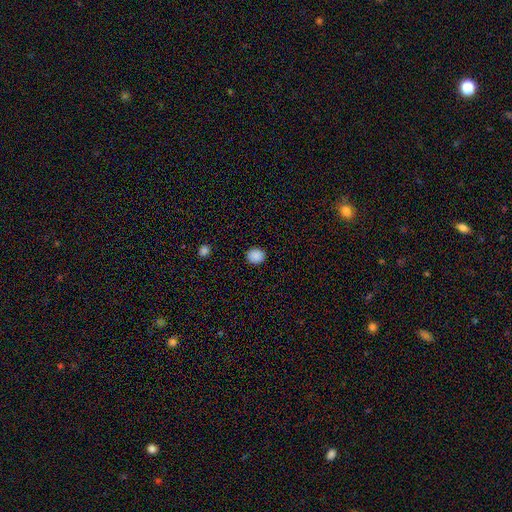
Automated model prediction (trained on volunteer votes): Overall: smooth (88%). How rounded: round (72%). Merging: none (90%).